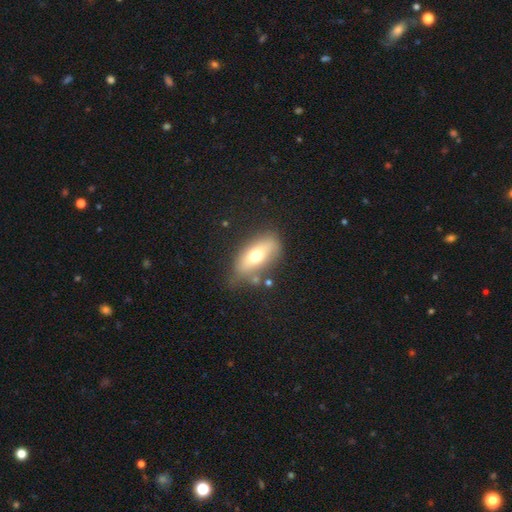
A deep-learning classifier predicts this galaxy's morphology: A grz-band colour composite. It shows a smooth galaxy with no disk features (58%) that is in between round and cigar-shaped (78%). Merging: none (73%).